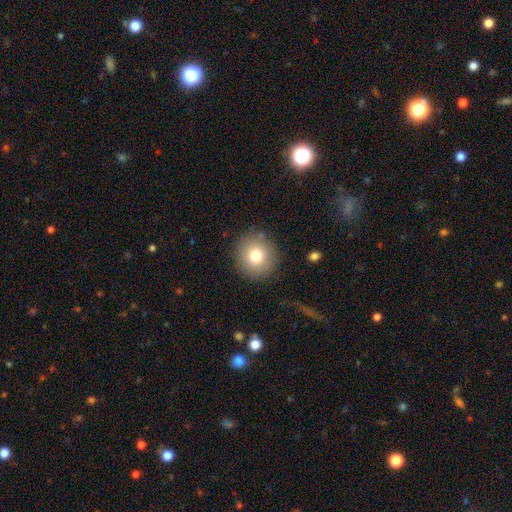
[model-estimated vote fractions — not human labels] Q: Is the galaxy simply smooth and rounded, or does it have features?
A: smooth — 77%.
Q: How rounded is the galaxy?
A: round — 92%.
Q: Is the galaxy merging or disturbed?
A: none — 88%.